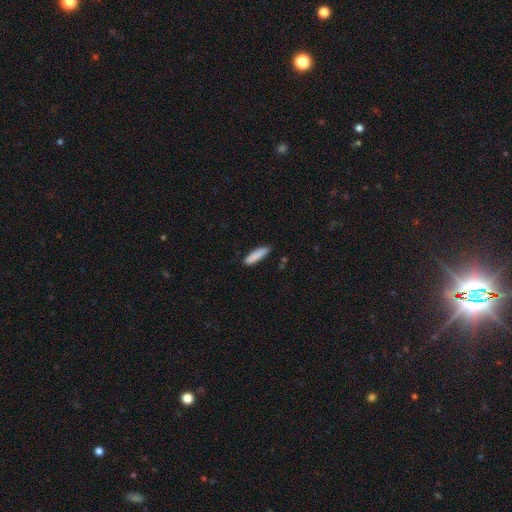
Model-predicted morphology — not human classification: A smooth galaxy with no disk features (87%) that is cigar-shaped (72%).

Vote fractions:
- Smooth or featured? smooth: 87% / featured or disk: 7% / star or artifact: 6%
- How rounded? cigar-shaped: 72% / in between: 27% / round: 1%
- Merging? none: 83% / minor disturbance: 13% / major disturbance: 2% / merger: 2%